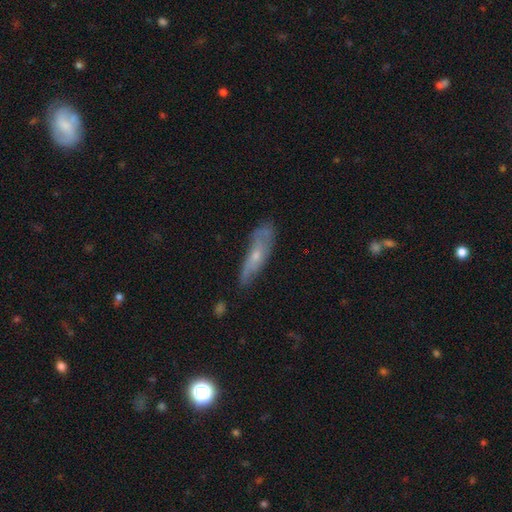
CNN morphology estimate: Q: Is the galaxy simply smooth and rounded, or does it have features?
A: featured or disk — 54%.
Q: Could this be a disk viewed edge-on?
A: no — 57%.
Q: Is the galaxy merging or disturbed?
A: none — 62%.